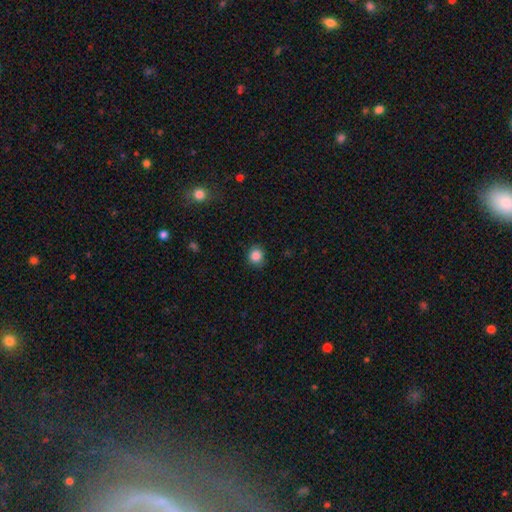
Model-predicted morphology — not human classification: This is clearly a smooth galaxy (86%). How rounded: clearly round (85%). Merging: clearly none (86%).